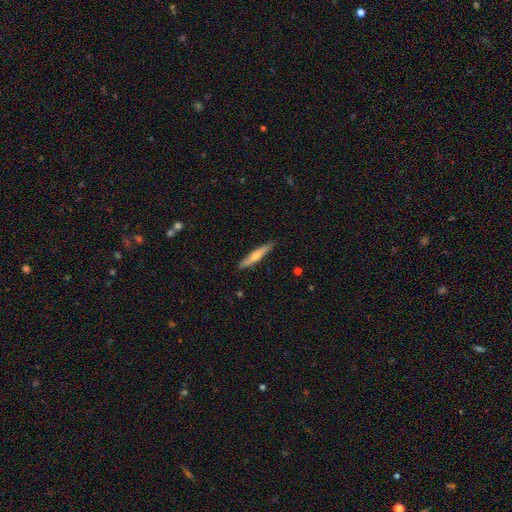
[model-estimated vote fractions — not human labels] smooth-or-featured: featured or disk: 49% | smooth: 45% | star or artifact: 6%
  merging: none: 90% | minor disturbance: 8% | major disturbance: 1% | merger: 1%